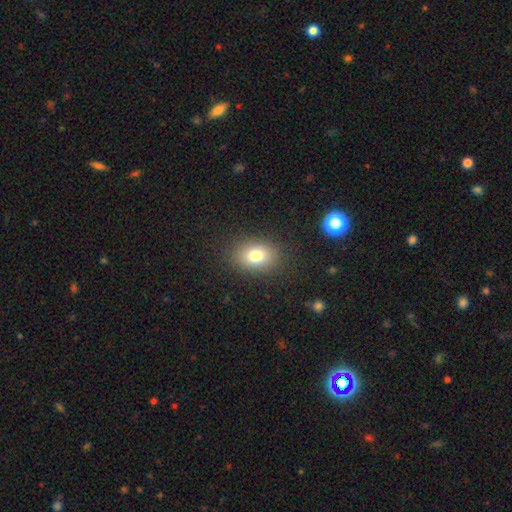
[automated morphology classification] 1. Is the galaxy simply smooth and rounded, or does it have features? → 78% smooth, 12% star or artifact, 10% featured or disk.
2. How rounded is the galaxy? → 74% in between, 25% round, 1% cigar-shaped.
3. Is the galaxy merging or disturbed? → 87% none, 9% minor disturbance, 4% major disturbance, 1% merger.